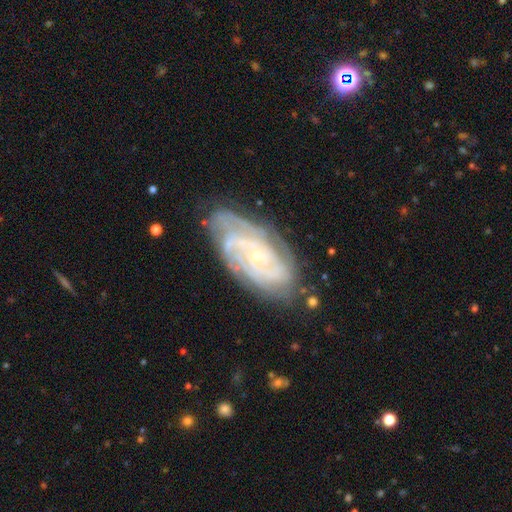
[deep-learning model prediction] The model was most divided on "spiral arm count": can't tell: 31%, 3: 21%, 4: 19%, 2: 17%, more than 4: 8%, 1: 5%. More confident: spiral arms — yes (95%); edge-on disk — no (94%); smooth or featured — featured or disk (84%); bulge size — small (82%); merging — none (73%); bar — no (70%); spiral winding — tight (69%).